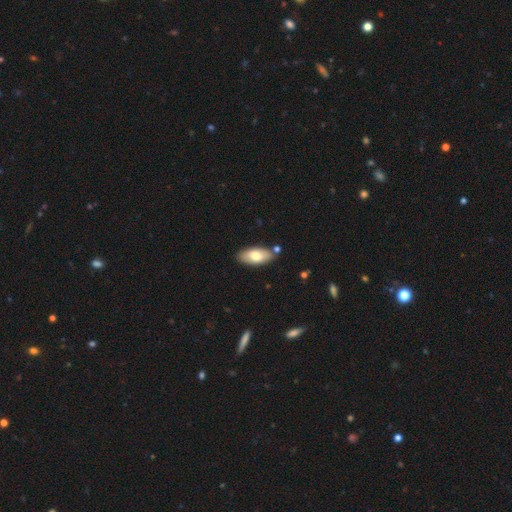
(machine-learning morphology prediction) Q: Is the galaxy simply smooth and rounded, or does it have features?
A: smooth — 72%.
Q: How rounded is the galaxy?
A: in between — 90%.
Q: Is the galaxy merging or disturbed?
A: none — 79%.